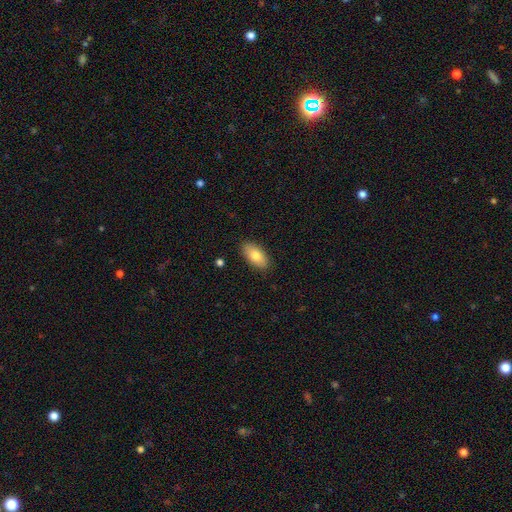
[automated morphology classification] smooth 78%, featured or disk 15%, star or artifact 7%. Down the decision tree: how rounded — in between (92%); merging — none (88%).